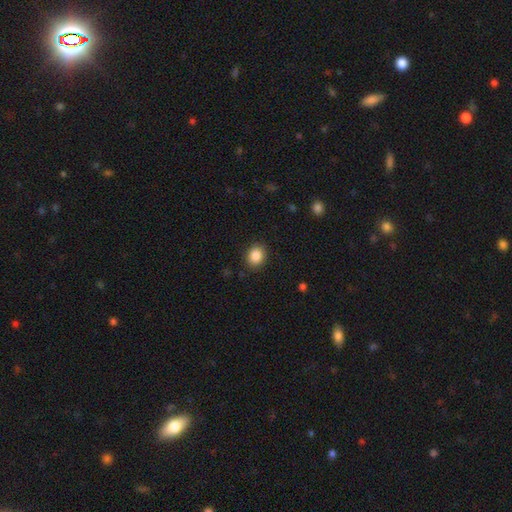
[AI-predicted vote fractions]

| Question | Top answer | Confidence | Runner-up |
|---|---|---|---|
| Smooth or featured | smooth | 87% | star or artifact (9%) |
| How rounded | round | 58% | in between (41%) |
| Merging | none | 88% | minor disturbance (9%) |